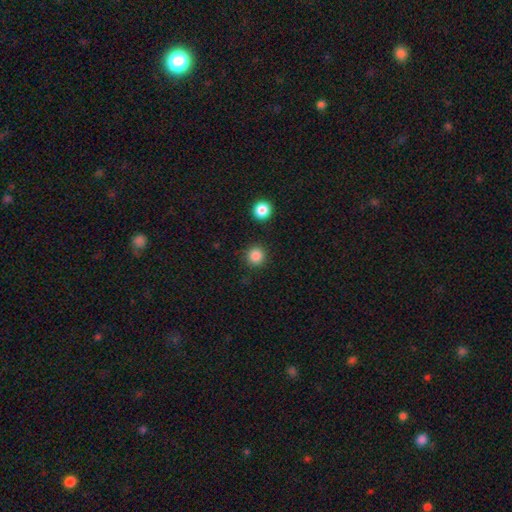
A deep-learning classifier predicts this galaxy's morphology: Smooth or featured?
  - smooth: 85% *
  - star or artifact: 11%
  - featured or disk: 4%
How rounded?
  - round: 95% *
  - in between: 4%
  - cigar-shaped: 1%
Merging?
  - none: 89% *
  - minor disturbance: 6%
  - merger: 3%
  - major disturbance: 2%